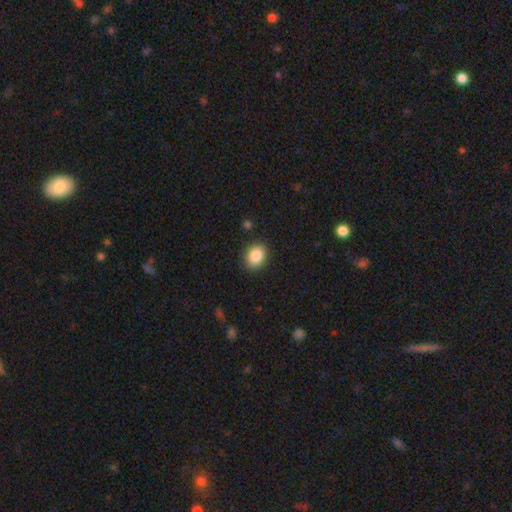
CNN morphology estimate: type=smooth (86%); roundness=in between (58%); merging=none (88%).